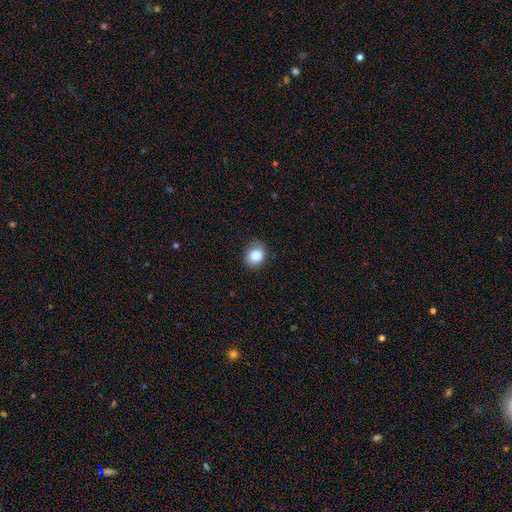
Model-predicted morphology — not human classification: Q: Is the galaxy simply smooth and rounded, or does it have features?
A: smooth — 85%.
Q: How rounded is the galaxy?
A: round — 61%.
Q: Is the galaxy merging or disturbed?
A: none — 81%.